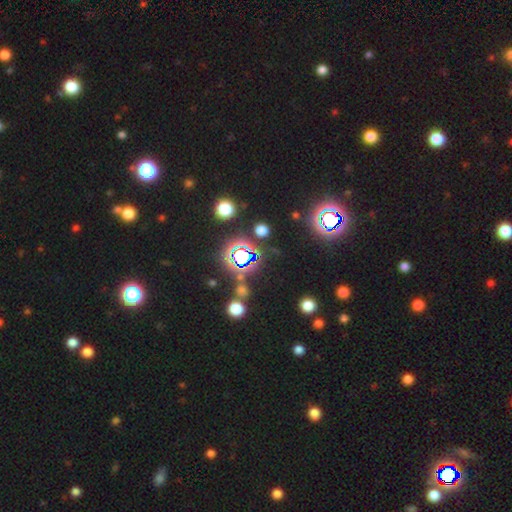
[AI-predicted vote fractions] smooth-or-featured: star or artifact: 77% | smooth: 15% | featured or disk: 8%